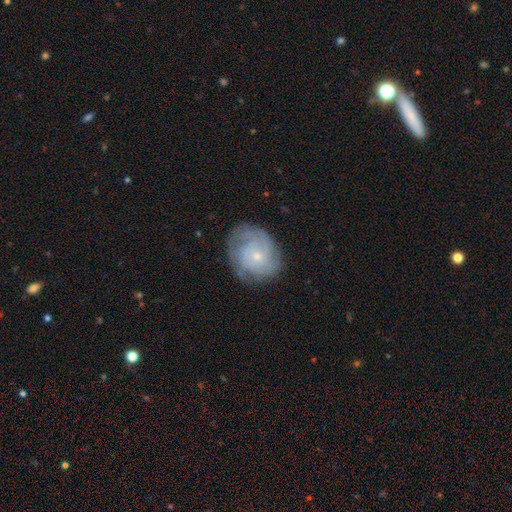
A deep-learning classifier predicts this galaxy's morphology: The model was most divided on "spiral arm count": can't tell: 48%, 2: 17%, 3: 16%, 4: 8%, 1: 6%, more than 4: 5%. More confident: edge-on disk — no (97%); spiral arms — yes (83%); bar — no (82%); bulge size — small (74%); merging — none (66%); smooth or featured — featured or disk (63%); spiral winding — tight (62%).